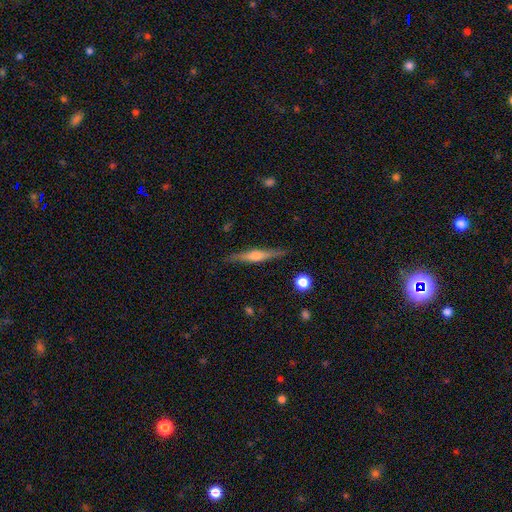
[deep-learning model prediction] Q: Smooth or featured?
A: featured or disk (62%); runner-up: smooth (32%)
Q: Edge-on disk?
A: yes (96%); runner-up: no (4%)
Q: Edge-on bulge?
A: rounded (83%); runner-up: boxy (9%)
Q: Merging?
A: none (86%); runner-up: minor disturbance (11%)